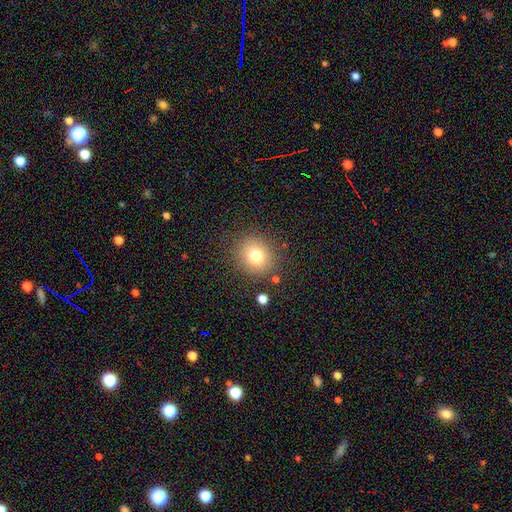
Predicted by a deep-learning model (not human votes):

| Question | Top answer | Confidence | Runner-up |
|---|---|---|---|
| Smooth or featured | smooth | 77% | star or artifact (13%) |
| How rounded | round | 82% | in between (17%) |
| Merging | none | 84% | minor disturbance (9%) |